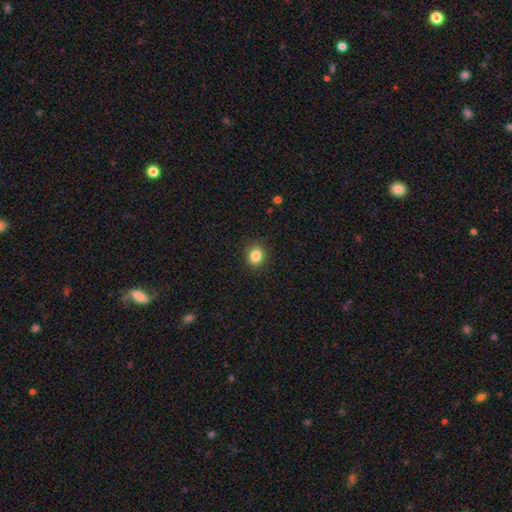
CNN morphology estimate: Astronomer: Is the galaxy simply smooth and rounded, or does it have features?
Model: smooth — 84%.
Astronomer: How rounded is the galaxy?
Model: round — 65%.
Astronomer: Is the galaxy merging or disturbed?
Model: none — 90%.